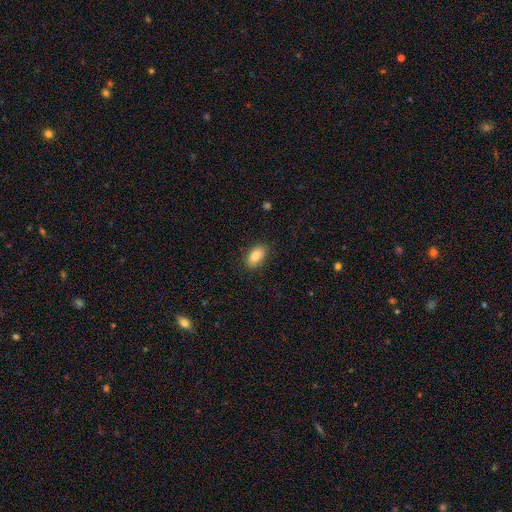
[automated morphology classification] This appears to be a smooth galaxy with no disk features (85%) that is in between round and cigar-shaped (91%). Merging: none (85%).